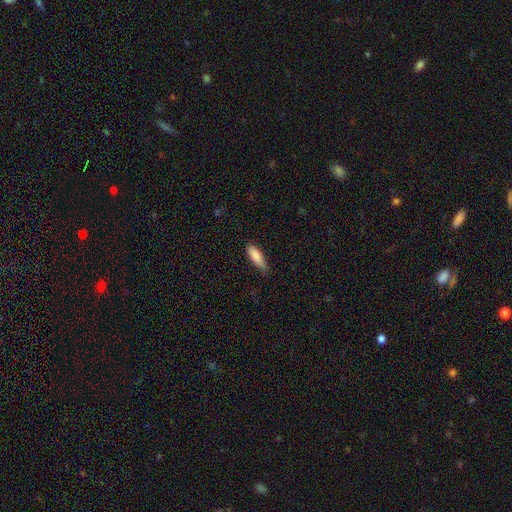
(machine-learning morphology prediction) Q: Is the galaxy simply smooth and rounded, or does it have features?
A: smooth — 86%.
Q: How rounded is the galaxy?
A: in between — 54%.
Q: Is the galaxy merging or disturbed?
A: none — 73%.